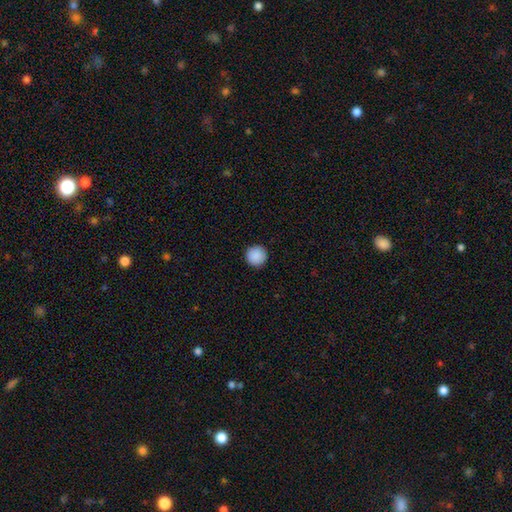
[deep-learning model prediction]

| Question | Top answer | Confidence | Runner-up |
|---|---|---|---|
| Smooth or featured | smooth | 90% | star or artifact (8%) |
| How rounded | round | 96% | in between (3%) |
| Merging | none | 93% | minor disturbance (5%) |